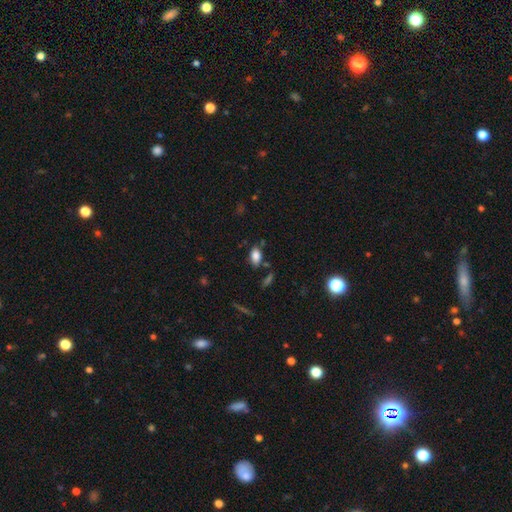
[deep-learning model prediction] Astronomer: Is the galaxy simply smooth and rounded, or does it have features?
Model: smooth — 83%.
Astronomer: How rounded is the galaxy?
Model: in between — 89%.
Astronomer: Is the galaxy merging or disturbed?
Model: none — 74%.